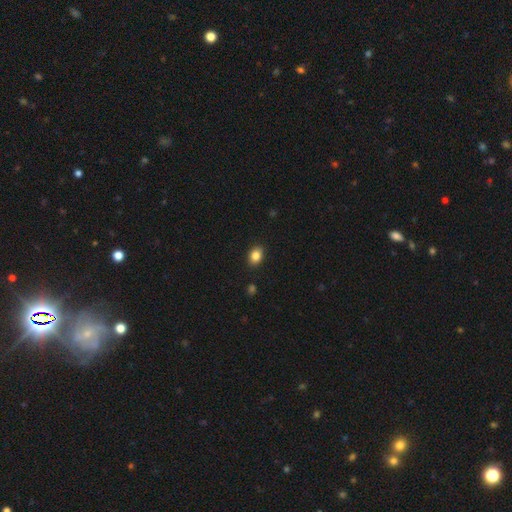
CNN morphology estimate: type=smooth (85%); roundness=in between (67%); merging=none (89%).